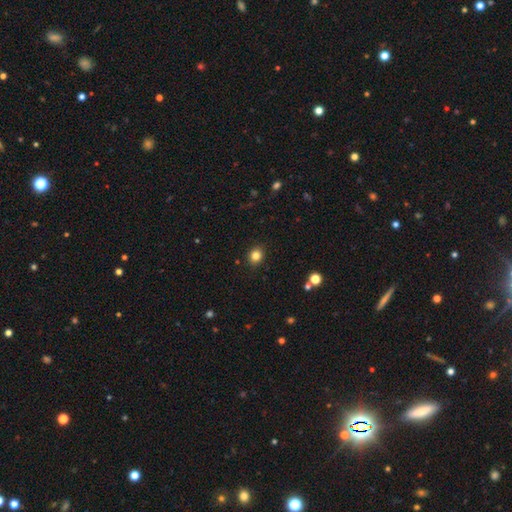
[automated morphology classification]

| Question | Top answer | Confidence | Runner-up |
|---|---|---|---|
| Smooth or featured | smooth | 83% | star or artifact (12%) |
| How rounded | round | 69% | in between (30%) |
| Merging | none | 90% | minor disturbance (7%) |